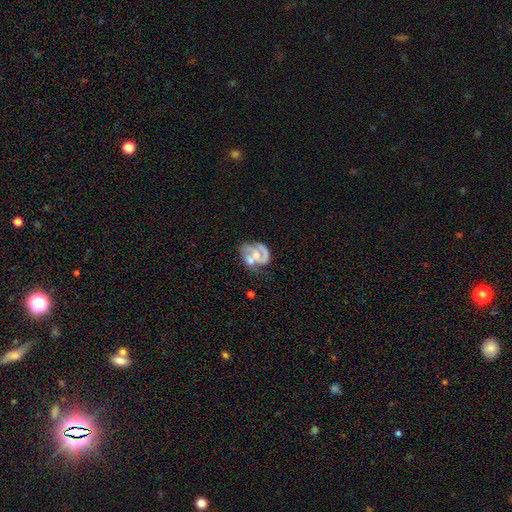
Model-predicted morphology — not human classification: This is likely a featured or disk galaxy (70%). It is clearly not viewed edge-on (98%). Bar: likely no (68%). Spiral arm pattern: likely yes (73%). Spiral arm count: possibly 2 (46%). Spiral winding: marginally medium (42%). Central bulge: marginally moderate (43%). Merging: marginally none (31%).